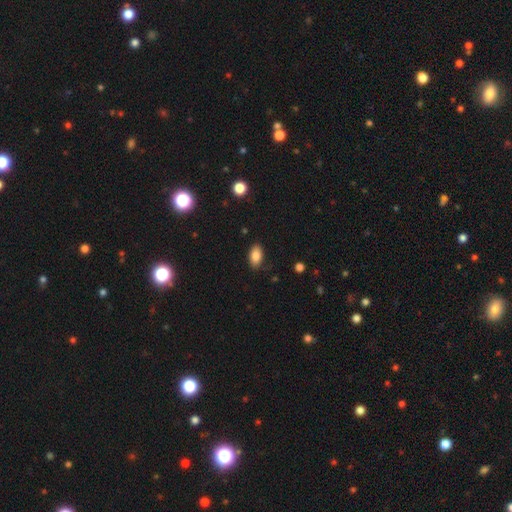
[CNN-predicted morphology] A smooth galaxy with no disk features (85%) that is in between round and cigar-shaped (92%). Merging: none (83%).